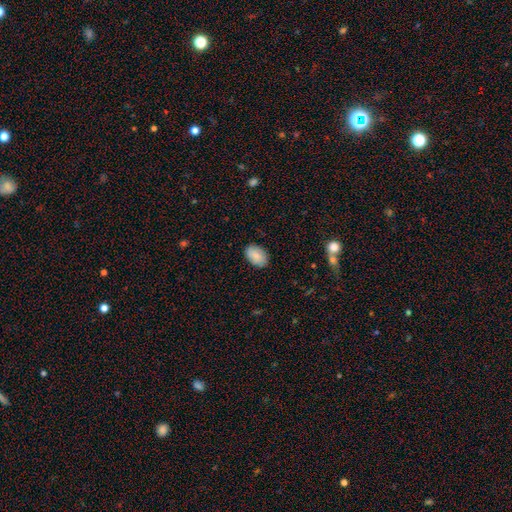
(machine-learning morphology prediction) The model was most divided on "merging": none: 85%, minor disturbance: 11%, major disturbance: 2%, merger: 1%. More confident: how rounded — in between (89%); smooth or featured — smooth (85%).